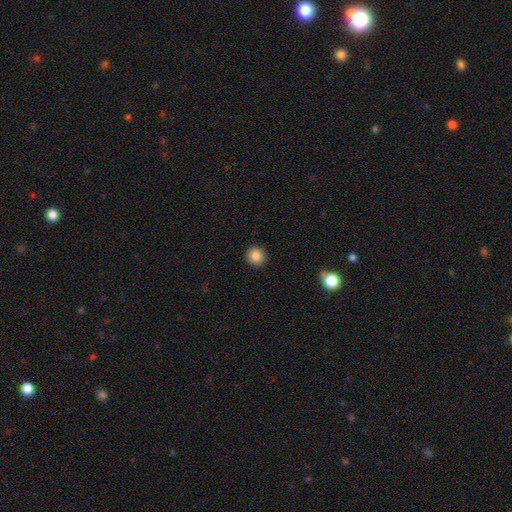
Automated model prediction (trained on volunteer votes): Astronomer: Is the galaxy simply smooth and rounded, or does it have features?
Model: smooth — 86%.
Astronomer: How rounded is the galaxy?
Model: round — 92%.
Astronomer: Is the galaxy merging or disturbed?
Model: none — 92%.